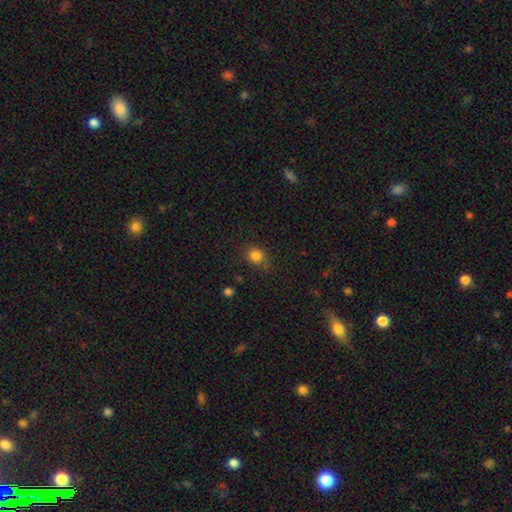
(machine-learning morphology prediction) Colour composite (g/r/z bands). It shows a smooth galaxy with no disk features (83%) that is round (75%). Merging: none (80%).